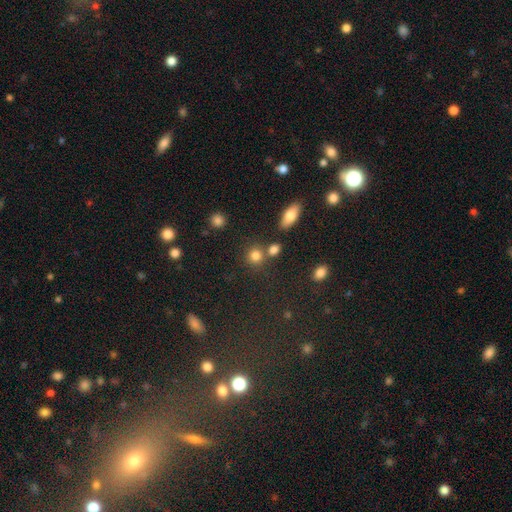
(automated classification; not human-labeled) This appears to be a smooth galaxy with no disk features (81%) that is round (82%). Merging: none (67%).